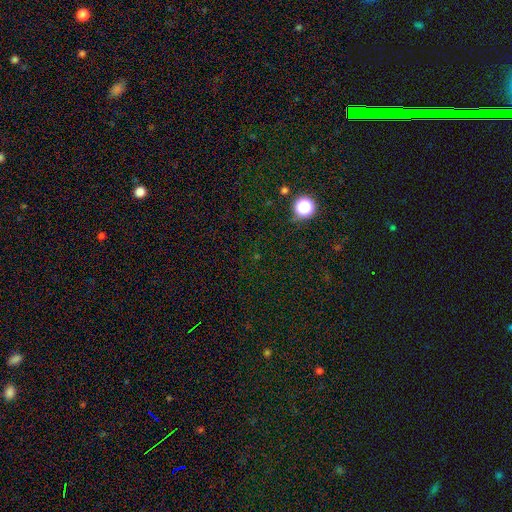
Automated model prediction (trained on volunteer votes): This is likely a star or artifact rather than a galaxy (75%).